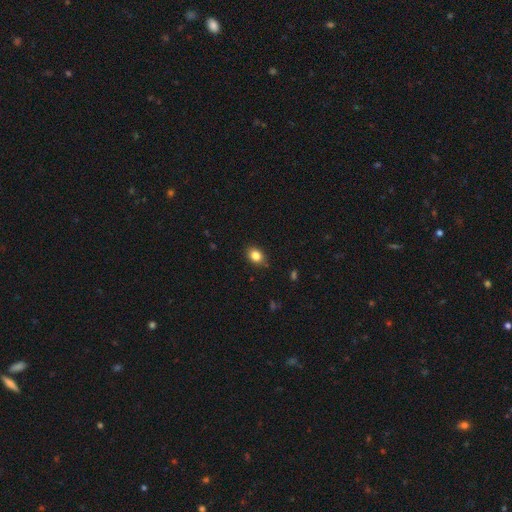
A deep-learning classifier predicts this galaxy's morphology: type=smooth (85%); roundness=in between (65%); merging=none (85%).